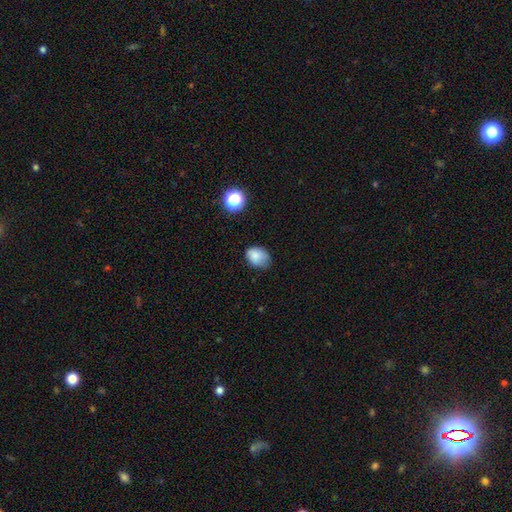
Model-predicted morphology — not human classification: Smooth or featured: smooth — 81% (star or artifact — 11%)
How rounded: in between — 72% (round — 27%)
Merging: none — 53% (minor disturbance — 35%)